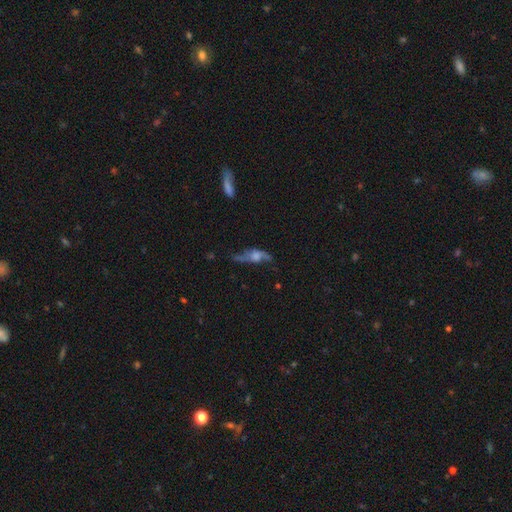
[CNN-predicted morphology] smooth_or_featured: featured or disk (p=0.65) [alt: smooth p=0.24]
disk_edge_on: no (p=0.60) [alt: yes p=0.40]
merging: none (p=0.49) [alt: minor disturbance p=0.24]